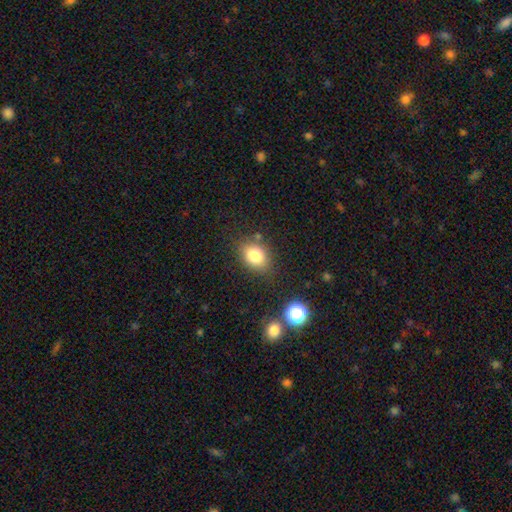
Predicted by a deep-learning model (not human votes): smooth-or-featured: smooth: 82% | star or artifact: 11% | featured or disk: 8%
  how-rounded: in between: 63% | round: 36% | cigar-shaped: 1%
  merging: none: 79% | minor disturbance: 14% | major disturbance: 4% | merger: 4%